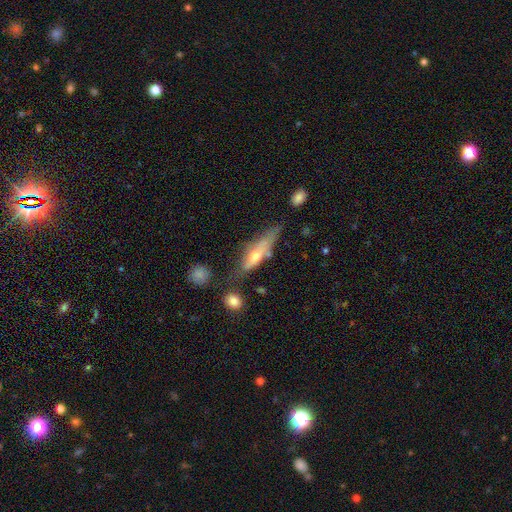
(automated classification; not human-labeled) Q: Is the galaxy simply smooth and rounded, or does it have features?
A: featured or disk — 48%.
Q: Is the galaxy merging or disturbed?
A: none — 45%.